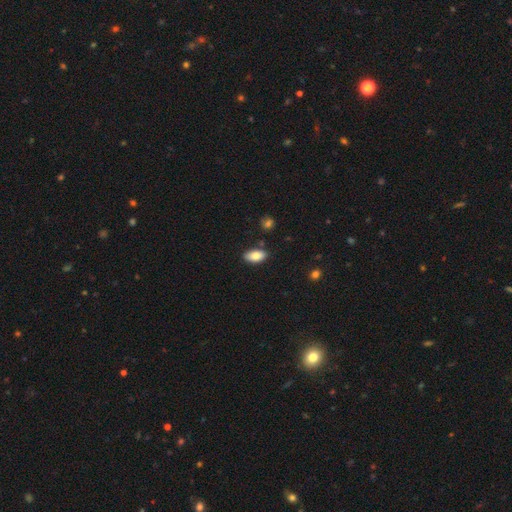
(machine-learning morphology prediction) This is clearly a smooth galaxy (82%). How rounded: clearly in between (92%). Merging: clearly none (85%).